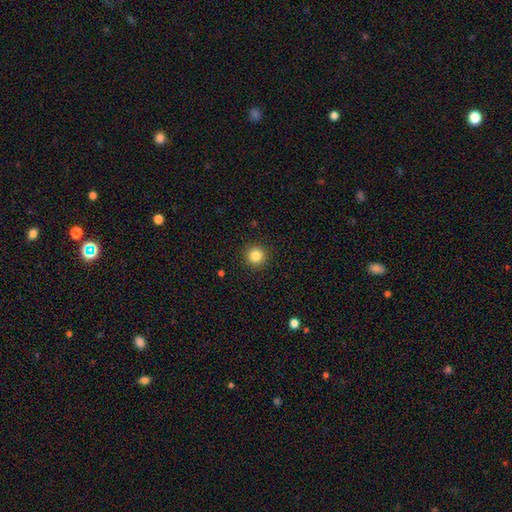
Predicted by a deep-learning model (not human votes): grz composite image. It shows a smooth galaxy with no disk features (84%) that is round (96%). Merging: none (93%).